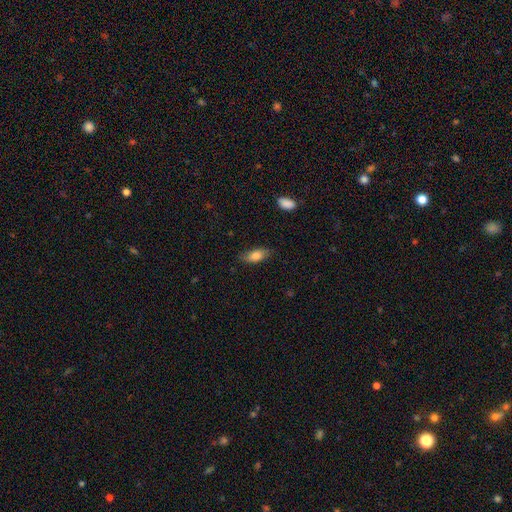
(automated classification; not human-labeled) Smooth or featured? Predicted: smooth (p=0.78). How rounded? Predicted: in between (p=0.82). Merging? Predicted: none (p=0.77).